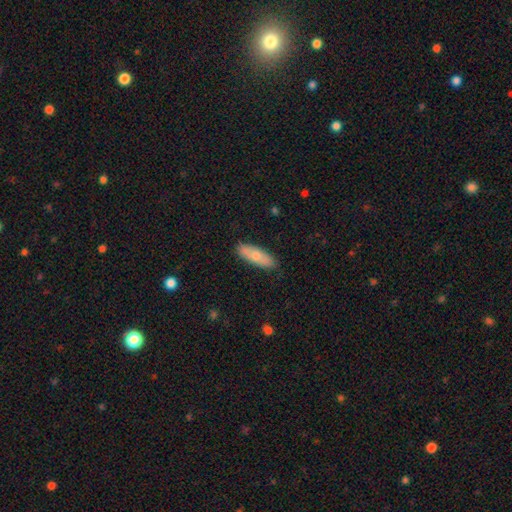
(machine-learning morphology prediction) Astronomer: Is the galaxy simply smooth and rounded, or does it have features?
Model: smooth — 72%.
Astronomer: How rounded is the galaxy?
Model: in between — 60% (runner-up: cigar-shaped, 38%).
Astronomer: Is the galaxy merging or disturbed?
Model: none — 86%.